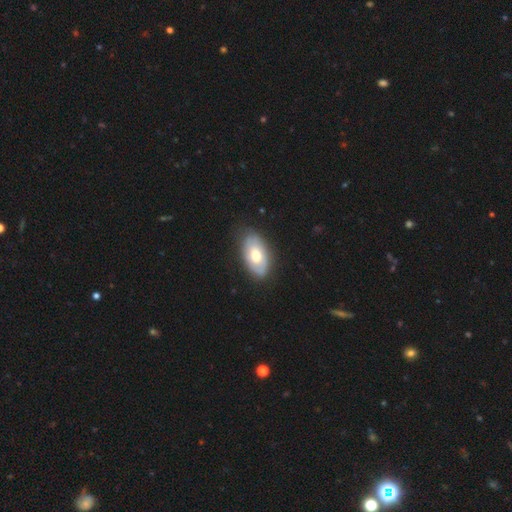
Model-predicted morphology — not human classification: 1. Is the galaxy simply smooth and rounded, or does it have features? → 53% smooth, 42% featured or disk, 6% star or artifact.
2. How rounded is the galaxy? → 93% in between, 5% round, 2% cigar-shaped.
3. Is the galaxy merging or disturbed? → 79% none, 16% minor disturbance, 4% major disturbance, 1% merger.